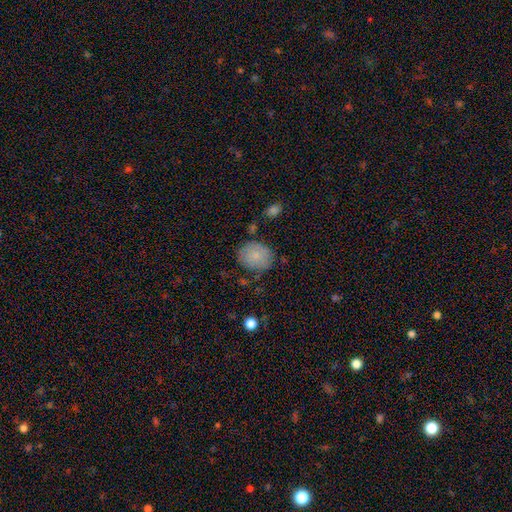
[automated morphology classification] The model was most divided on "how rounded": round: 59%, in between: 40%, cigar-shaped: 1%. More confident: smooth or featured — smooth (81%); merging — none (74%).